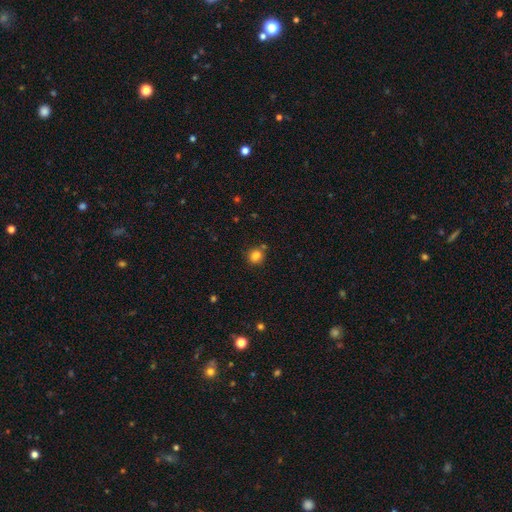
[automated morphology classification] smooth-or-featured: smooth: 83% | star or artifact: 12% | featured or disk: 5%
  how-rounded: round: 79% | in between: 20% | cigar-shaped: 1%
  merging: none: 75% | minor disturbance: 12% | merger: 10% | major disturbance: 3%